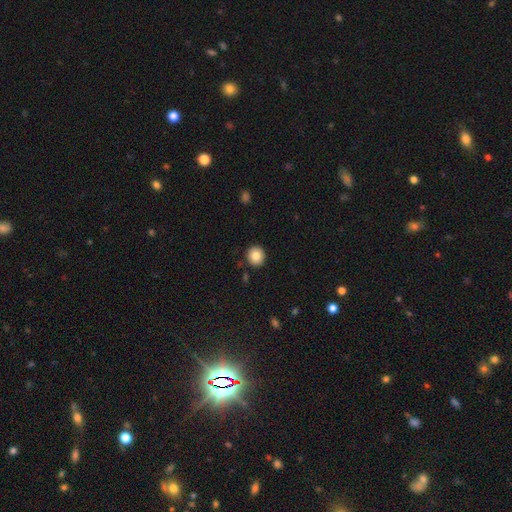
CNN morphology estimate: This appears to be a smooth galaxy with no disk features (84%) that is round (91%). Merging: none (91%).